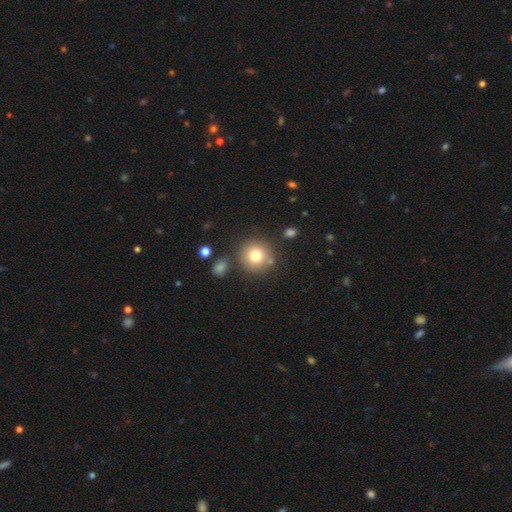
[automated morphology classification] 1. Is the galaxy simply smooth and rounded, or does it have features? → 78% smooth, 11% star or artifact, 11% featured or disk.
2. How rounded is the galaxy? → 93% round, 6% in between, 1% cigar-shaped.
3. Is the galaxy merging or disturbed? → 79% none, 9% minor disturbance, 8% merger, 3% major disturbance.